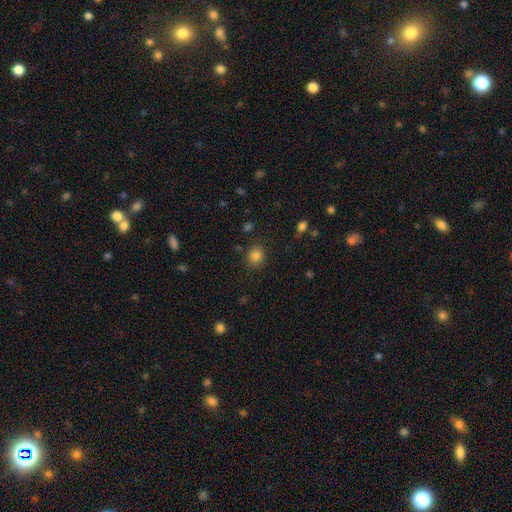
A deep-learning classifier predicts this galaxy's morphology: Smooth or featured: smooth — 83% (star or artifact — 12%)
How rounded: round — 78% (in between — 22%)
Merging: none — 84% (minor disturbance — 10%)